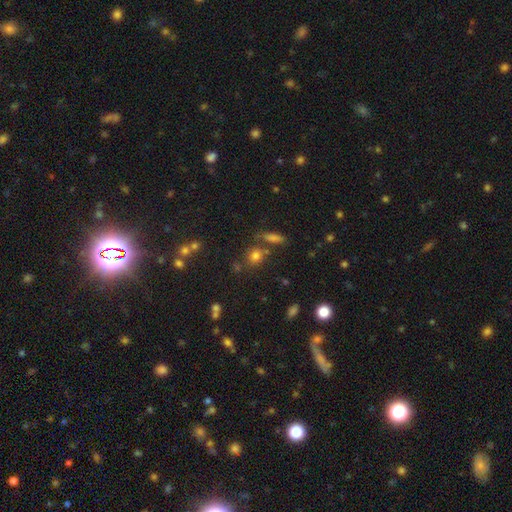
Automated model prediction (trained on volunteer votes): Smooth or featured?
  - smooth: 72% *
  - star or artifact: 19%
  - featured or disk: 9%
How rounded?
  - round: 73% *
  - in between: 24%
  - cigar-shaped: 3%
Merging?
  - none: 71% *
  - merger: 14%
  - minor disturbance: 11%
  - major disturbance: 4%